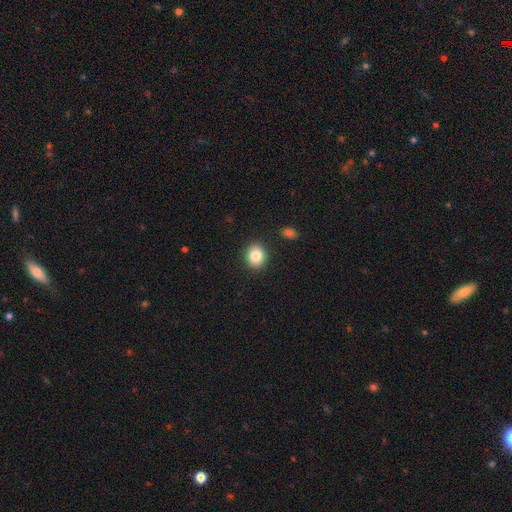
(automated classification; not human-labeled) Q: Smooth or featured?
A: smooth (84%); runner-up: star or artifact (9%)
Q: How rounded?
A: round (69%); runner-up: in between (30%)
Q: Merging?
A: none (89%); runner-up: minor disturbance (7%)